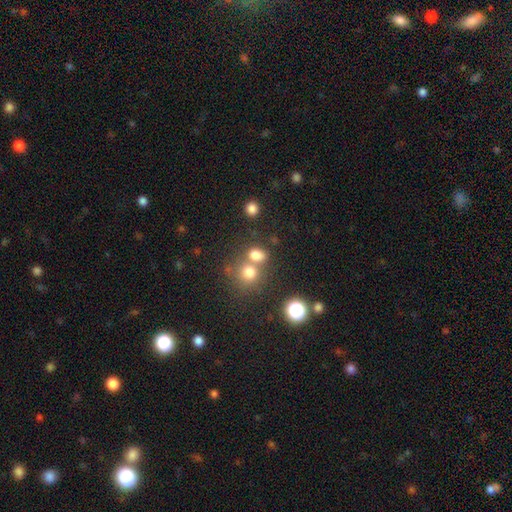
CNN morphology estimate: smooth_or_featured: smooth (p=0.74) [alt: star or artifact p=0.16]
how_rounded: round (p=0.50) [alt: in between p=0.49]
merging: none (p=0.46) [alt: merger p=0.40]